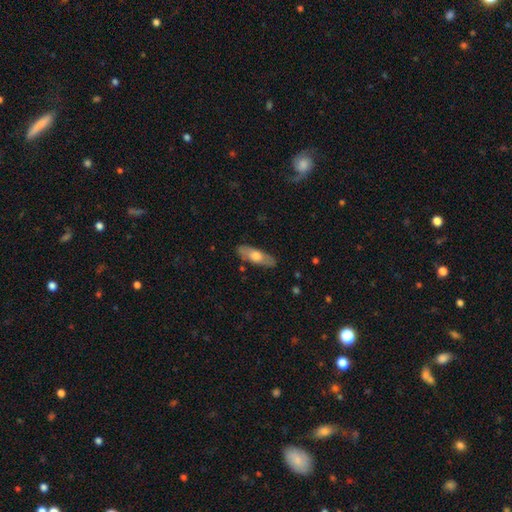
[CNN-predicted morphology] smooth-or-featured: smooth: 61% | featured or disk: 34% | star or artifact: 6%
  how-rounded: in between: 58% | cigar-shaped: 40% | round: 2%
  merging: none: 85% | minor disturbance: 11% | major disturbance: 2% | merger: 2%